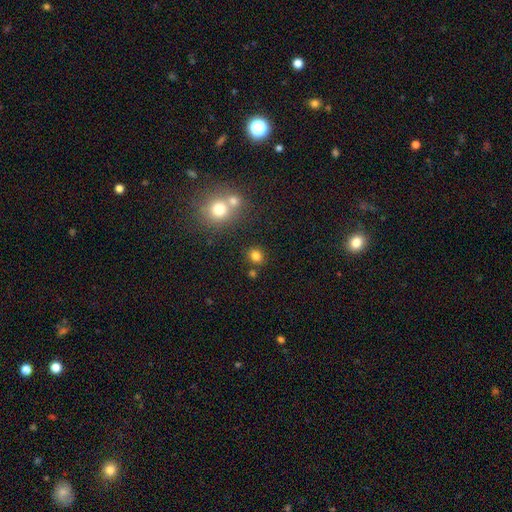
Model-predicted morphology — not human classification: Smooth or featured?
  - smooth: 80% *
  - star or artifact: 14%
  - featured or disk: 6%
How rounded?
  - round: 73% *
  - in between: 26%
  - cigar-shaped: 1%
Merging?
  - none: 79% *
  - merger: 10%
  - minor disturbance: 8%
  - major disturbance: 3%